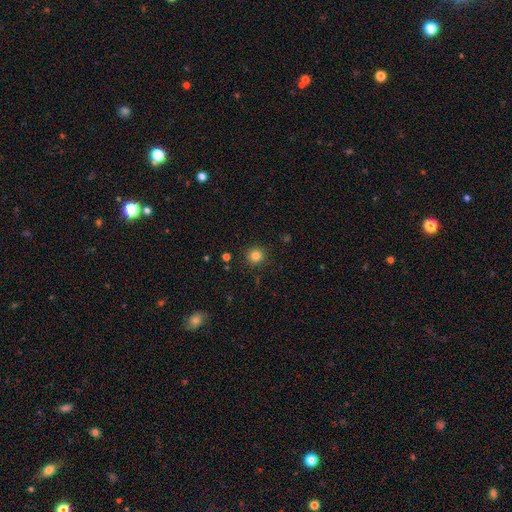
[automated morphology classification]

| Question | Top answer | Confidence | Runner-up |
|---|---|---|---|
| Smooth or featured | smooth | 82% | star or artifact (13%) |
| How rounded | round | 93% | in between (6%) |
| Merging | none | 91% | minor disturbance (6%) |